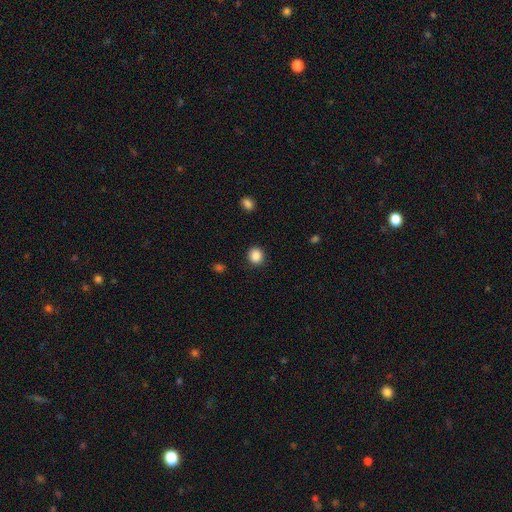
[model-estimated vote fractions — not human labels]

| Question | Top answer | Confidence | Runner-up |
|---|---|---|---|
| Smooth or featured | smooth | 87% | star or artifact (10%) |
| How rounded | round | 86% | in between (13%) |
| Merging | none | 90% | minor disturbance (7%) |